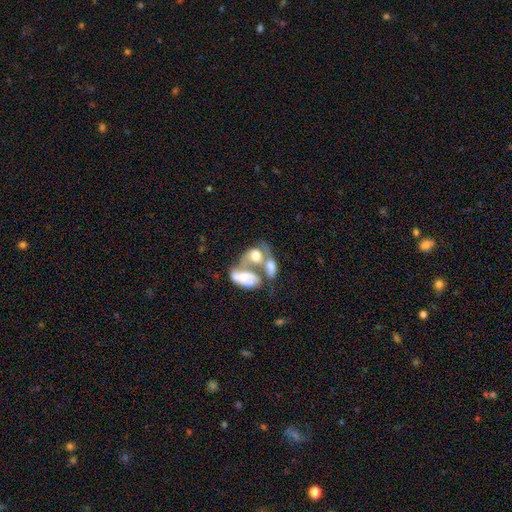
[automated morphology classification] smooth_or_featured: featured or disk (p=0.51) [alt: smooth p=0.40]
disk_edge_on: no (p=0.95) [alt: yes p=0.05]
merging: merger (p=0.74) [alt: major disturbance p=0.10]